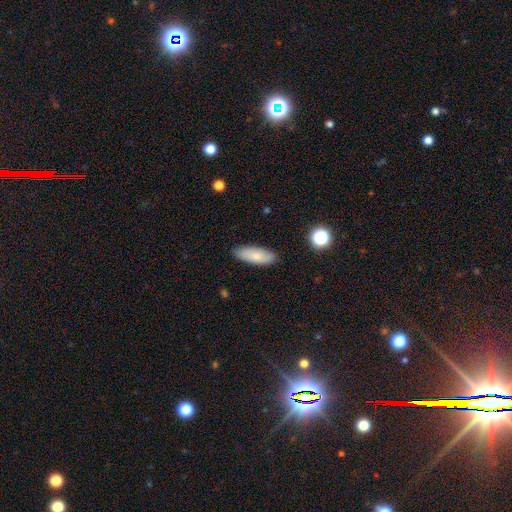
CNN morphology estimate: Smooth or featured?
  - smooth: 80% *
  - featured or disk: 13%
  - star or artifact: 7%
How rounded?
  - in between: 69% *
  - cigar-shaped: 29%
  - round: 2%
Merging?
  - none: 87% *
  - minor disturbance: 10%
  - major disturbance: 2%
  - merger: 1%